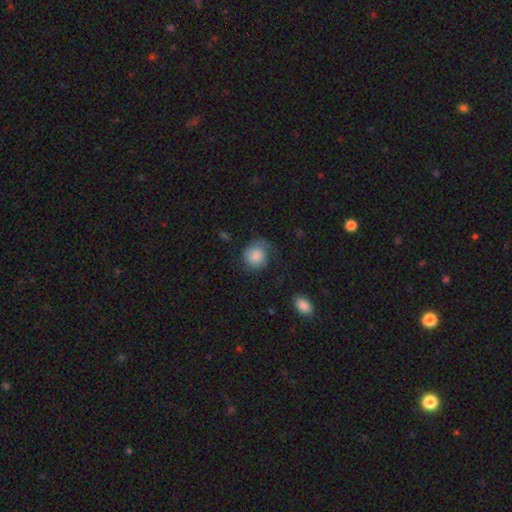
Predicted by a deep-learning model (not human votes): Q: Smooth or featured?
A: smooth (80%); runner-up: featured or disk (13%)
Q: How rounded?
A: round (81%); runner-up: in between (18%)
Q: Merging?
A: none (50%); runner-up: minor disturbance (28%)